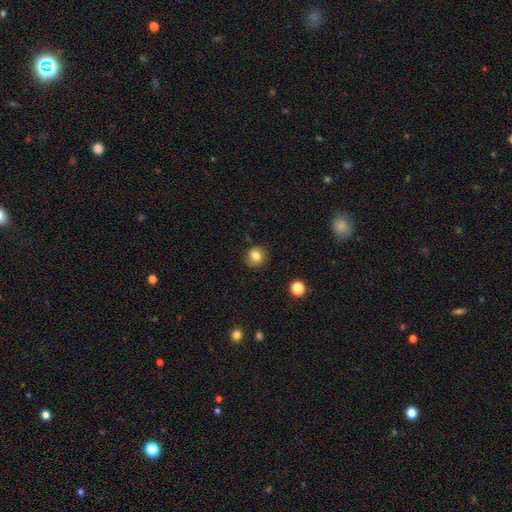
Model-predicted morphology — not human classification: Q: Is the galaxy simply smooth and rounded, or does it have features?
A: smooth — 80%.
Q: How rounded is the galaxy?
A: round — 75%.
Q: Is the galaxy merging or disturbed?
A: none — 83%.